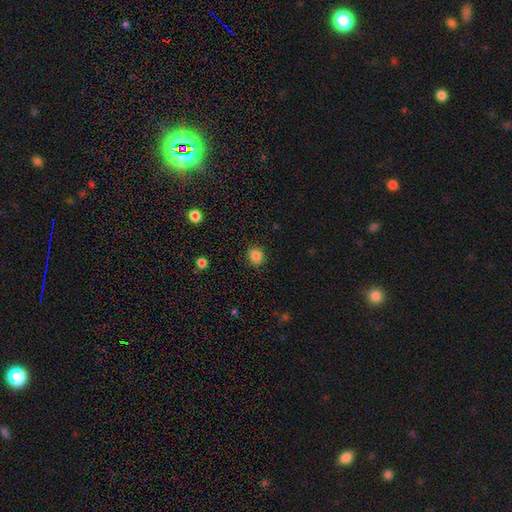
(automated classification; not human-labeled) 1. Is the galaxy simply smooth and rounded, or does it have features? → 85% smooth, 11% star or artifact, 4% featured or disk.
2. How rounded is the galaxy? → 83% round, 16% in between, 1% cigar-shaped.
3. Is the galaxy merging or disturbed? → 91% none, 6% minor disturbance, 2% major disturbance, 1% merger.